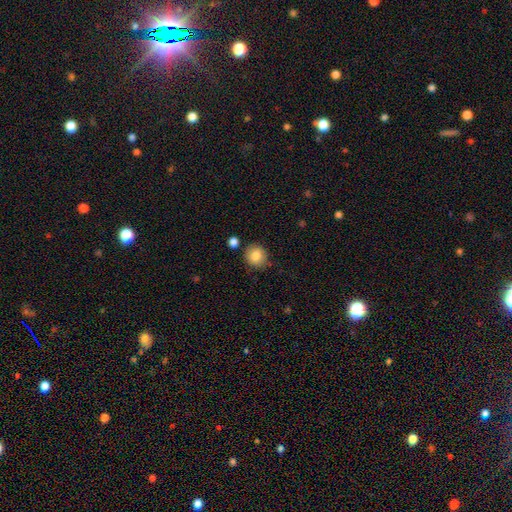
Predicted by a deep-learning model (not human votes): Smooth or featured? Predicted: smooth (p=0.84). How rounded? Predicted: round (p=0.87). Merging? Predicted: none (p=0.82).